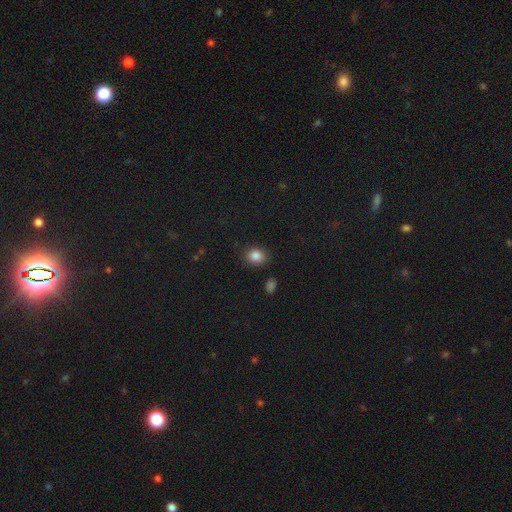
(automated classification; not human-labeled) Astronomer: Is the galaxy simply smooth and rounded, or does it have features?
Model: smooth — 85%.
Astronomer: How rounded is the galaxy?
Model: round — 56% (runner-up: in between, 43%).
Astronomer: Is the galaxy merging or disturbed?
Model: none — 83%.